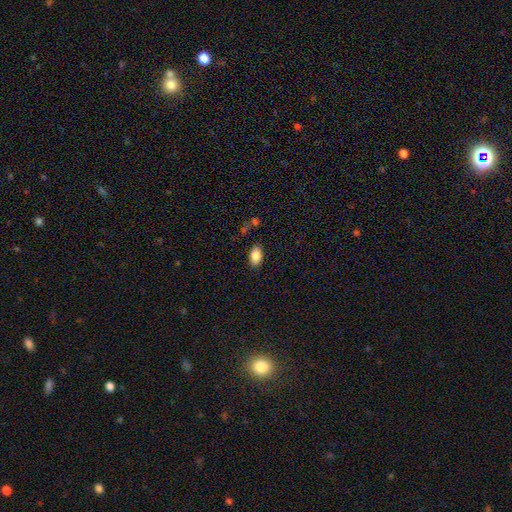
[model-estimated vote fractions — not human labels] Q: Smooth or featured?
A: smooth (86%); runner-up: star or artifact (8%)
Q: How rounded?
A: in between (92%); runner-up: round (6%)
Q: Merging?
A: none (84%); runner-up: minor disturbance (11%)